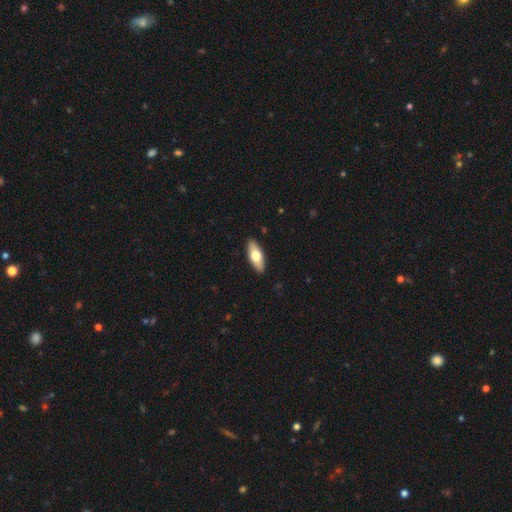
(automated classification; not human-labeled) smooth 68%, featured or disk 27%, star or artifact 5%. Down the decision tree: how rounded — in between (74%); merging — none (90%).